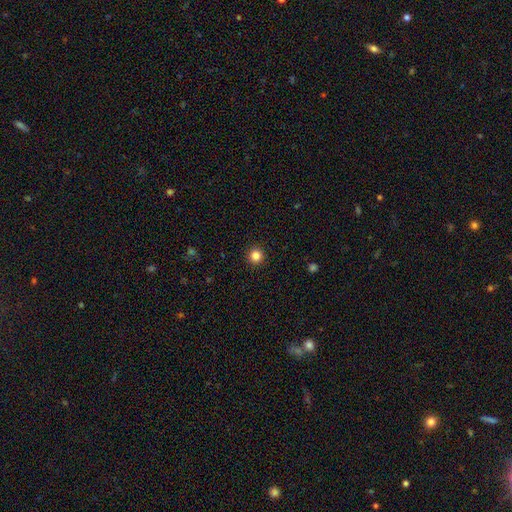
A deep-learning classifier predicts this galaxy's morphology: smooth-or-featured: smooth: 85% | star or artifact: 11% | featured or disk: 4%
  how-rounded: round: 95% | in between: 4% | cigar-shaped: 1%
  merging: none: 93% | minor disturbance: 4% | major disturbance: 2% | merger: 1%